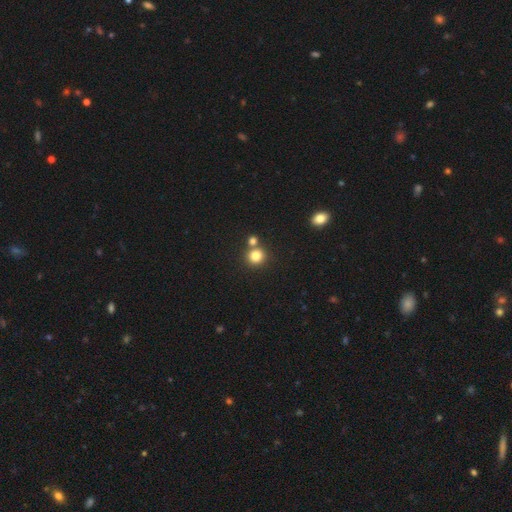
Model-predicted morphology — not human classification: Q: Smooth or featured?
A: smooth (81%); runner-up: star or artifact (13%)
Q: How rounded?
A: round (90%); runner-up: in between (9%)
Q: Merging?
A: none (67%); runner-up: merger (24%)